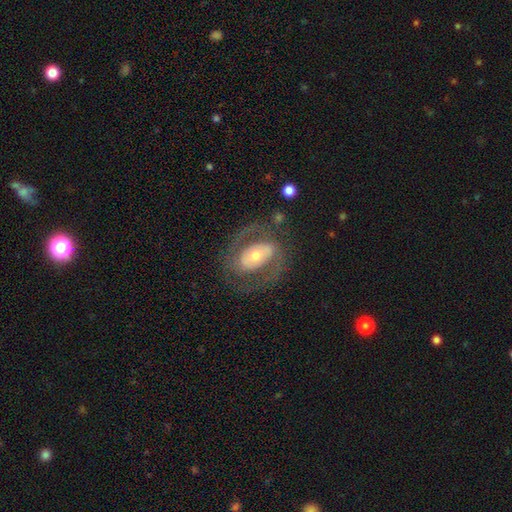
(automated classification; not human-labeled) Overall: featured or disk (75%). Edge-on disk: no (95%). Bar: no (46%; weak 30%). Spiral arms: yes (70%; no 30%). Bulge size: moderate (63%; small 27%). Merging: none (68%).